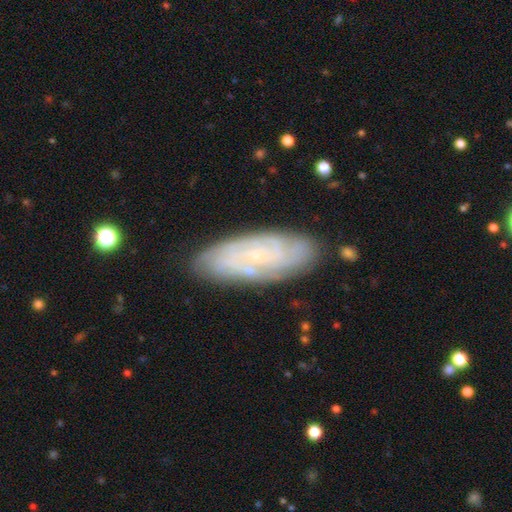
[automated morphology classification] Smooth or featured? featured or disk (72%)
Edge-on disk? no (89%)
Bar? no (75%)
Spiral arms? yes (91%)
Spiral winding? tight (71%)
Spiral arm count? can't tell (50%)
Bulge size? small (83%)
Merging? none (81%)